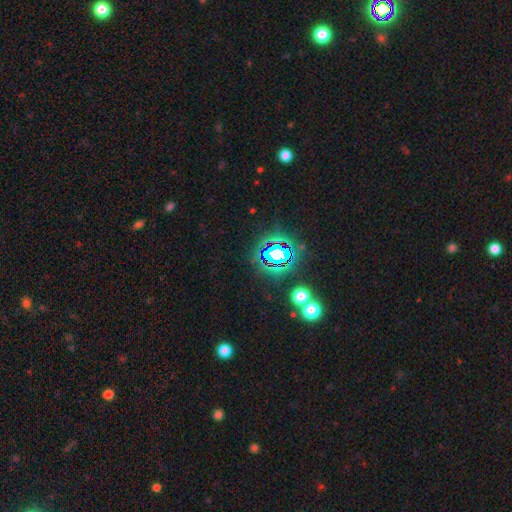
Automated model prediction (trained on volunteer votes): smooth_or_featured: star or artifact (p=0.79) [alt: smooth p=0.12]